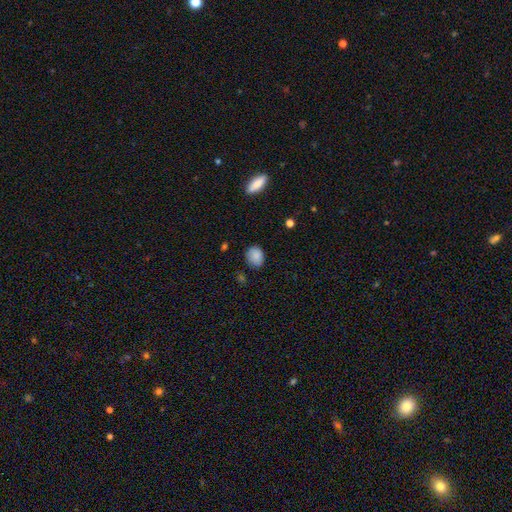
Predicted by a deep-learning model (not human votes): This is clearly a smooth galaxy (87%). How rounded: possibly round (50%). Merging: likely none (76%).